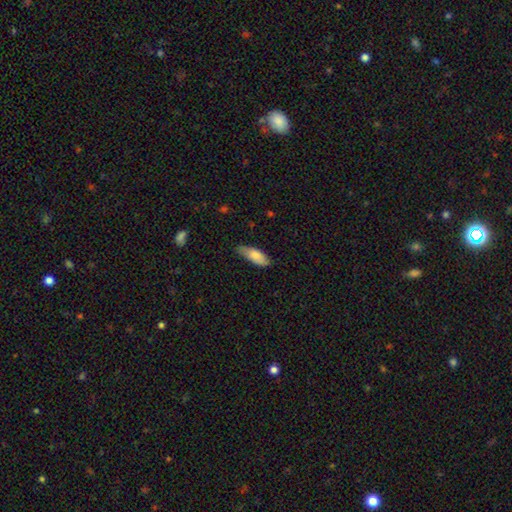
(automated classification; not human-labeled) smooth 81%, featured or disk 13%, star or artifact 6%. Down the decision tree: how rounded — in between (74%); merging — none (68%).